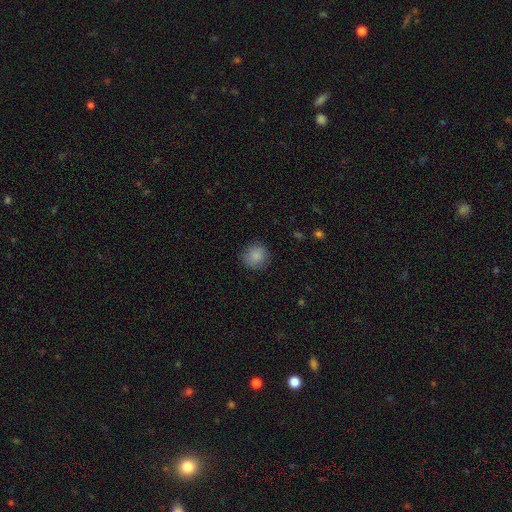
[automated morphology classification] Q: Smooth or featured?
A: smooth (86%); runner-up: star or artifact (9%)
Q: How rounded?
A: round (91%); runner-up: in between (8%)
Q: Merging?
A: none (86%); runner-up: minor disturbance (10%)